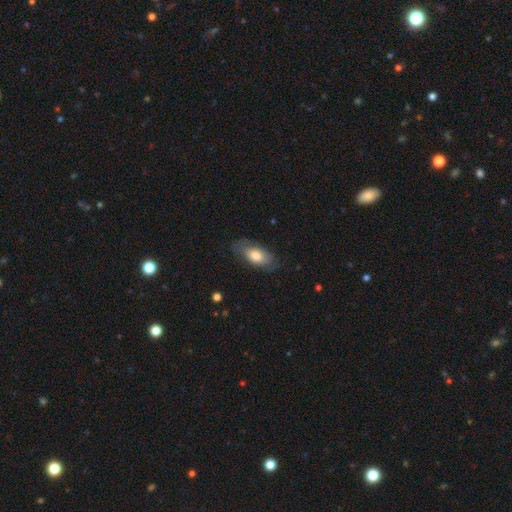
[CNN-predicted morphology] This appears to be a smooth galaxy with no disk features (67%) that is in between round and cigar-shaped (90%). Merging: none (75%).